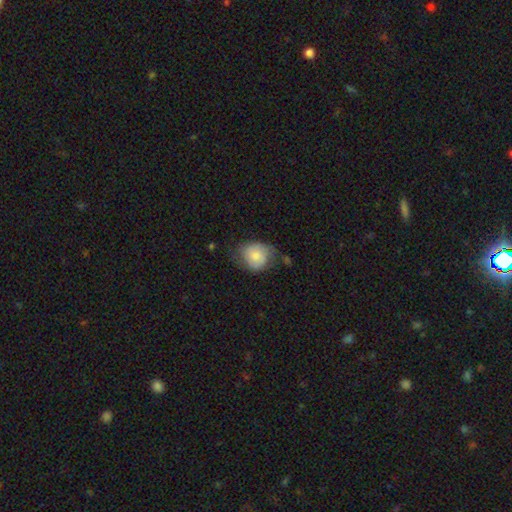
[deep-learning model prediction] Smooth or featured: smooth — 60% (featured or disk — 33%)
How rounded: round — 60% (in between — 39%)
Merging: none — 48% (minor disturbance — 35%)